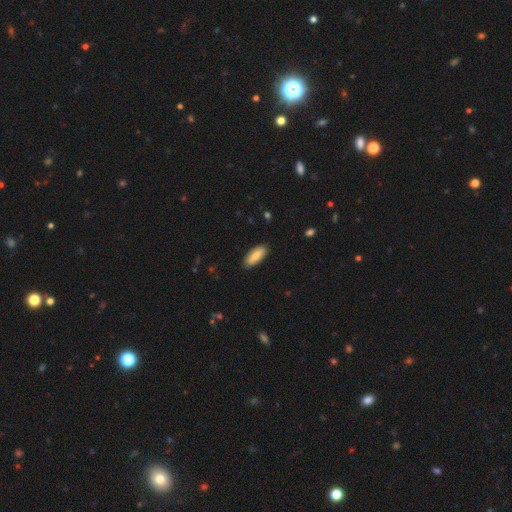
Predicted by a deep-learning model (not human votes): smooth 85%, featured or disk 10%, star or artifact 6%. Down the decision tree: how rounded — in between (74%); merging — none (87%).